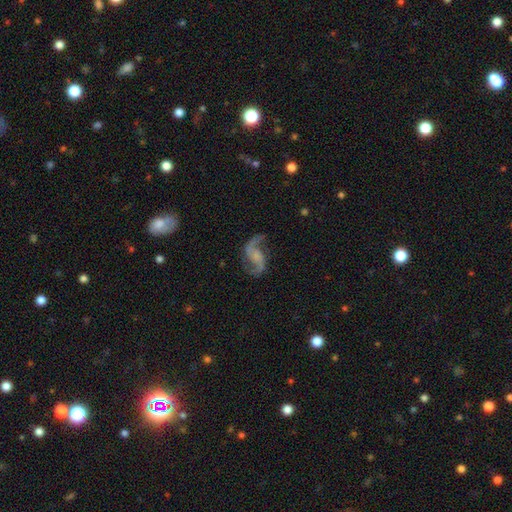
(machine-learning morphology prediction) smooth-or-featured: featured or disk: 88% | star or artifact: 6% | smooth: 6%
  disk-edge-on: no: 98% | yes: 2%
    bar: no: 50% | weak: 38% | strong: 12%
    has-spiral-arms: yes: 97% | no: 3%
      spiral-winding: loose: 68% | medium: 27% | tight: 5%
      spiral-arm-count: 2: 93% | 1: 2% | can't tell: 2% | 3: 1% | 4: 1% | more than 4: 1%
    bulge-size: none: 46% | small: 28% | moderate: 18% | large: 6% | dominant: 2%
  merging: none: 73% | minor disturbance: 14% | major disturbance: 10% | merger: 2%